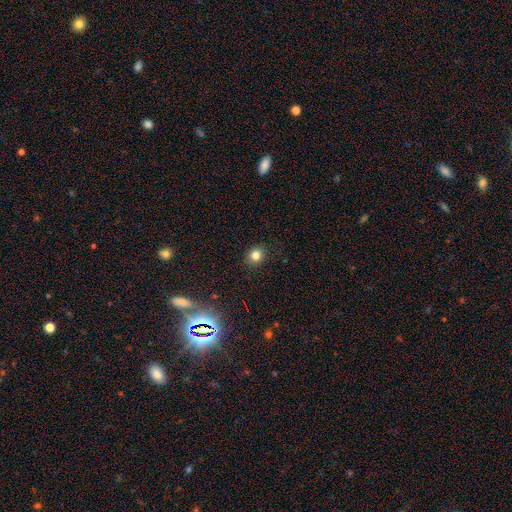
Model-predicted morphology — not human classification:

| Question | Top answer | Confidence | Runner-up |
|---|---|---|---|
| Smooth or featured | smooth | 80% | star or artifact (14%) |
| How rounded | round | 72% | in between (27%) |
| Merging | none | 89% | minor disturbance (8%) |